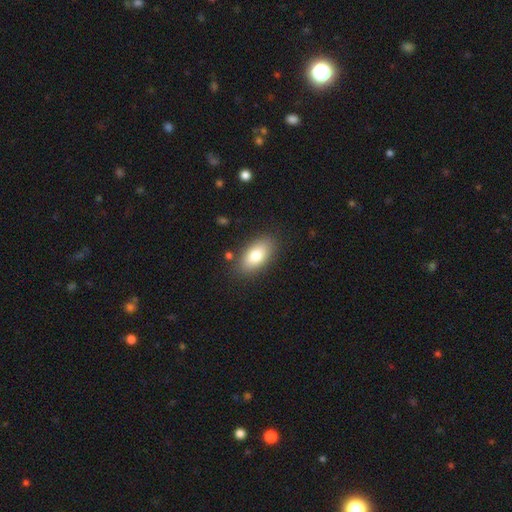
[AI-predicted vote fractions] Smooth or featured?
  - smooth: 80% *
  - featured or disk: 13%
  - star or artifact: 7%
How rounded?
  - in between: 91% *
  - cigar-shaped: 4%
  - round: 4%
Merging?
  - none: 84% *
  - minor disturbance: 10%
  - major disturbance: 3%
  - merger: 2%